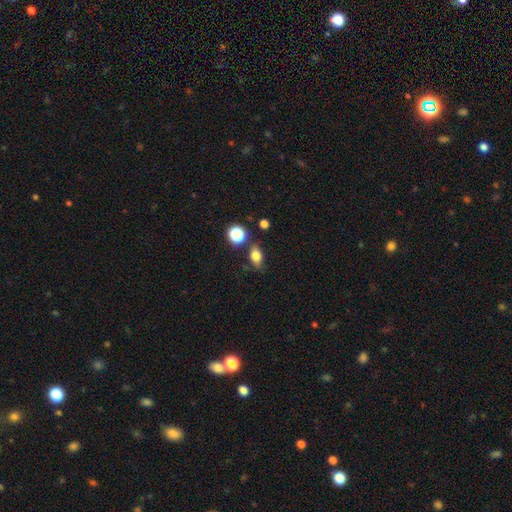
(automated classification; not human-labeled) The model was most divided on "how rounded": in between: 76%, round: 20%, cigar-shaped: 4%. More confident: smooth or featured — smooth (75%); merging — none (74%).